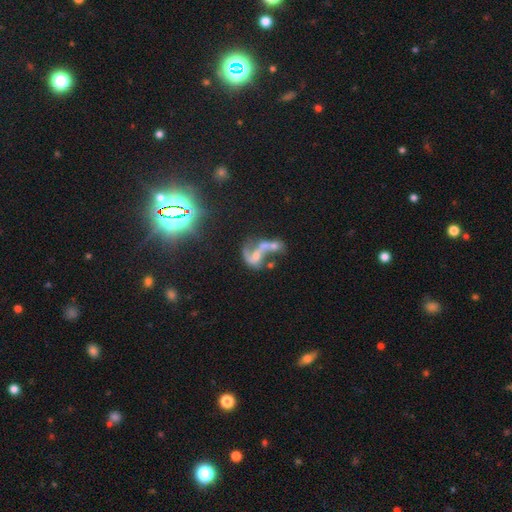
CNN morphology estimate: type=featured or disk (66%); edge-on=no (96%); bar=no (55%); spiral arms=yes (64%); bulge=small (38%); merging=merger (53%).